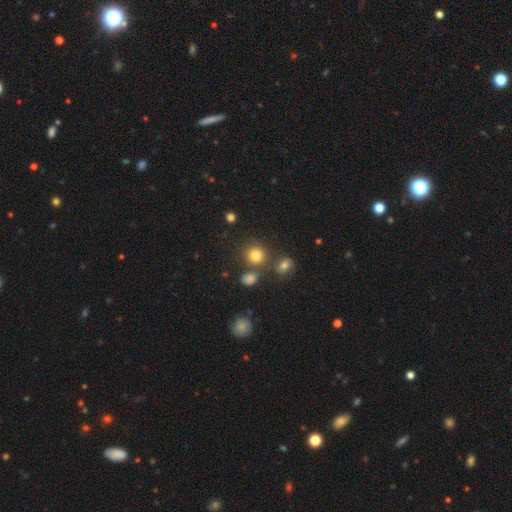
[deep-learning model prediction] A smooth galaxy with no disk features (80%) that is round (86%). Merging: none (72%).